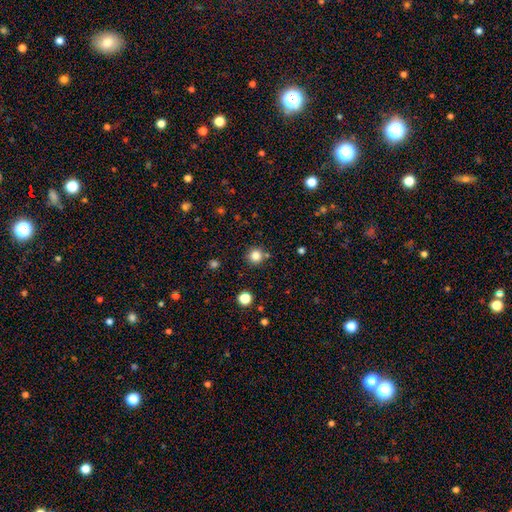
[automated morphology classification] A smooth galaxy with no disk features (82%) that is round (94%). Merging: none (83%).